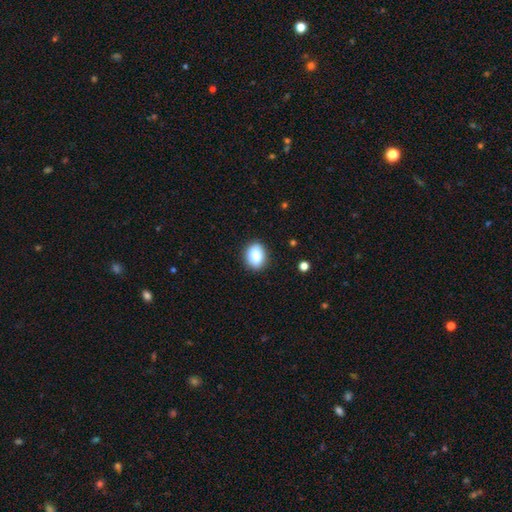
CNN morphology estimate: Smooth or featured: smooth — 86% (star or artifact — 8%)
How rounded: in between — 62% (round — 36%)
Merging: none — 87% (minor disturbance — 9%)